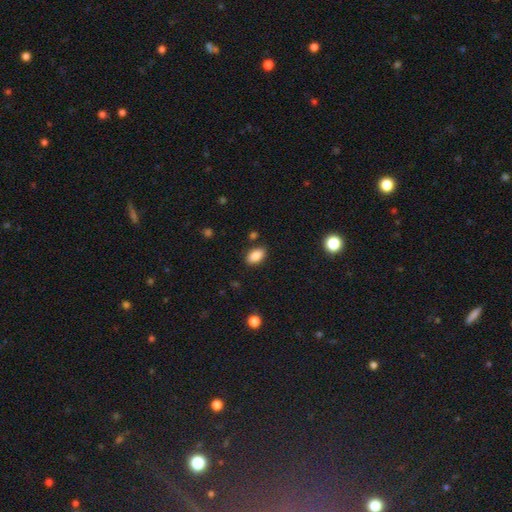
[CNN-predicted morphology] This appears to be a smooth galaxy with no disk features (87%) that is in between round and cigar-shaped (90%). Merging: none (85%).